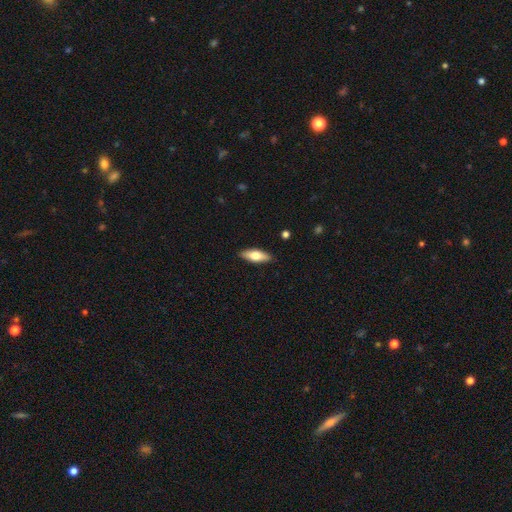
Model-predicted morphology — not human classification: A smooth galaxy with no disk features (66%) that is in between round and cigar-shaped (66%). Merging: none (89%).